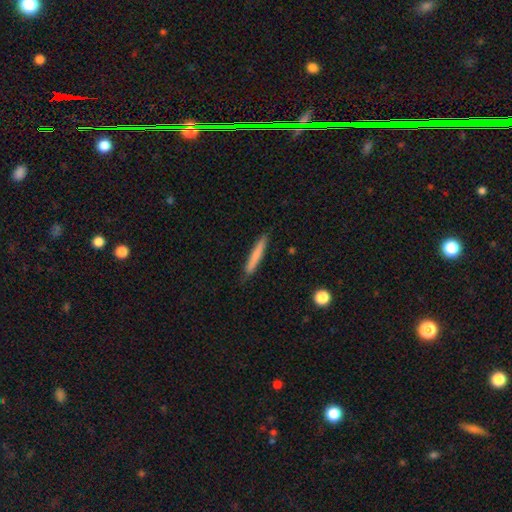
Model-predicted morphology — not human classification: Smooth or featured?
  - smooth: 74% *
  - featured or disk: 20%
  - star or artifact: 6%
How rounded?
  - cigar-shaped: 96% *
  - in between: 3%
  - round: 1%
Merging?
  - none: 88% *
  - minor disturbance: 9%
  - major disturbance: 2%
  - merger: 1%